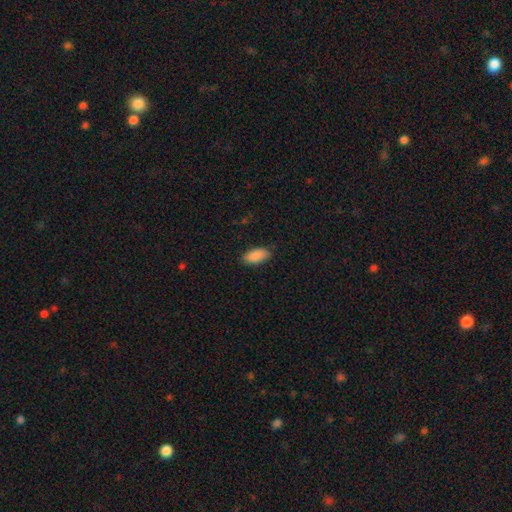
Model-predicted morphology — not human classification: Overall: smooth (90%). How rounded: in between (90%). Merging: none (86%).